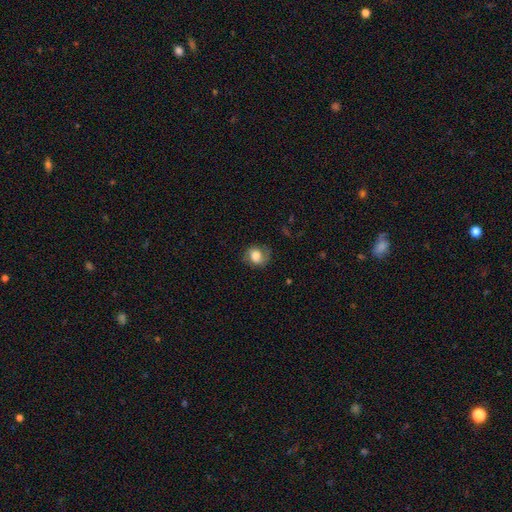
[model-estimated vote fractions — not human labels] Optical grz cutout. It shows a smooth galaxy with no disk features (59%) that is round (65%). Merging: none (61%).